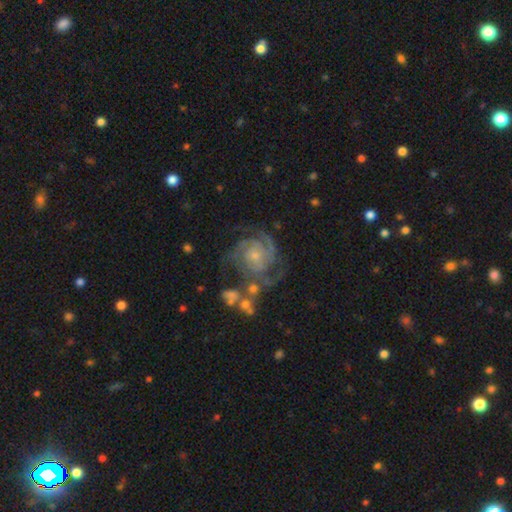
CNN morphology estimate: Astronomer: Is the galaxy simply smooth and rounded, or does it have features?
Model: featured or disk — 88%.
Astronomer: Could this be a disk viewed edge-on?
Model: no — 98%.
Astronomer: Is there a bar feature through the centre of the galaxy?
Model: no — 70%.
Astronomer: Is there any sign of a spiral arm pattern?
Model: yes — 97%.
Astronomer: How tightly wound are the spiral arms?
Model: tight — 59%.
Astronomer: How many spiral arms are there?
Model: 3 — 36% (runner-up: 2, 20%).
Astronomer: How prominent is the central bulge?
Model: small — 67%.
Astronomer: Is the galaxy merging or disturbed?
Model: none — 52%.